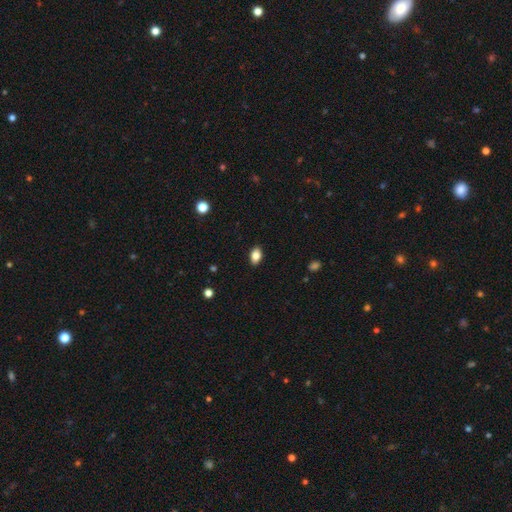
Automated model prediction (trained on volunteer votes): smooth_or_featured: smooth (p=0.83) [alt: star or artifact p=0.09]
how_rounded: in between (p=0.87) [alt: round p=0.11]
merging: none (p=0.88) [alt: minor disturbance p=0.09]